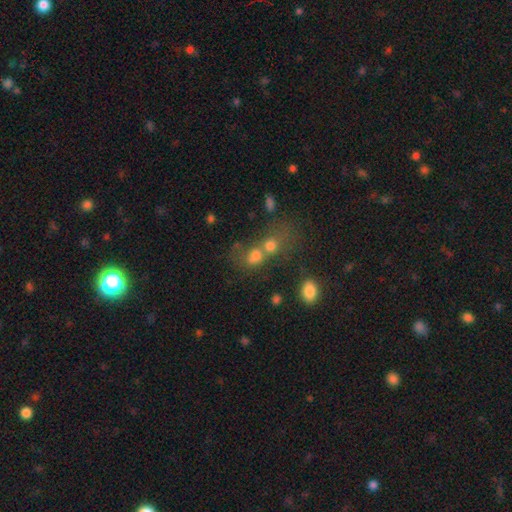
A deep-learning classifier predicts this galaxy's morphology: The model was most divided on "how rounded": round: 53%, in between: 45%, cigar-shaped: 2%. More confident: smooth or featured — smooth (67%); merging — merger (61%).